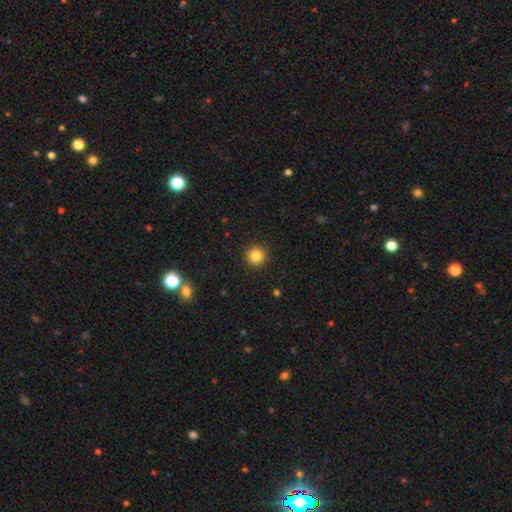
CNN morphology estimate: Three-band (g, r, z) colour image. It shows a smooth galaxy with no disk features (84%) that is round (95%). Merging: none (91%).